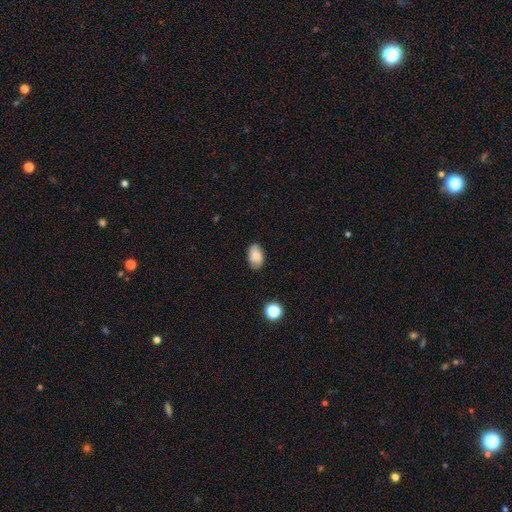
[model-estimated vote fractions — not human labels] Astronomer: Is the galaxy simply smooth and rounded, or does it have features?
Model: smooth — 81%.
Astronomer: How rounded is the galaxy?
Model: in between — 90%.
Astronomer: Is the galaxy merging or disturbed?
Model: none — 80%.